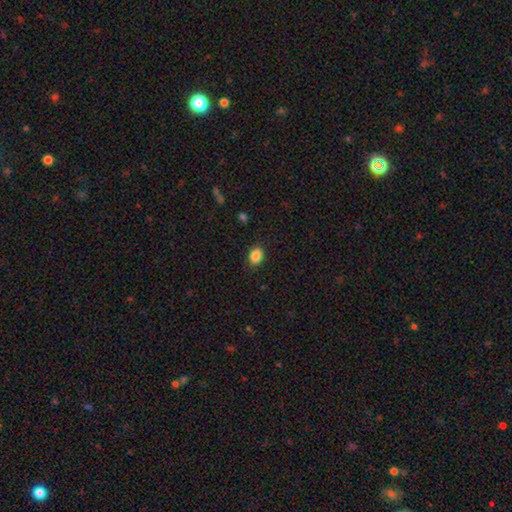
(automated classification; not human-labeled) This appears to be a smooth galaxy with no disk features (87%) that is in between round and cigar-shaped (69%). Merging: none (87%).